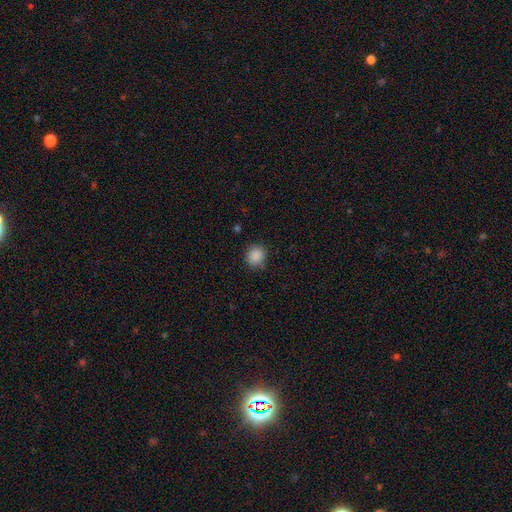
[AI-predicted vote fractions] Smooth or featured: smooth — 87% (star or artifact — 9%)
How rounded: round — 83% (in between — 17%)
Merging: none — 84% (minor disturbance — 12%)